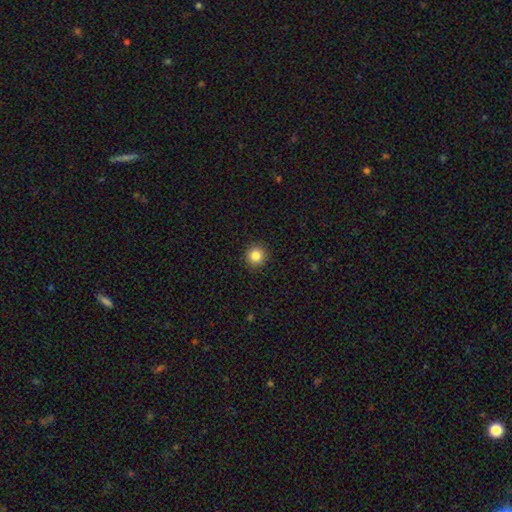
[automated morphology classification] Smooth or featured? Predicted: smooth (p=0.85). How rounded? Predicted: round (p=0.94). Merging? Predicted: none (p=0.93).